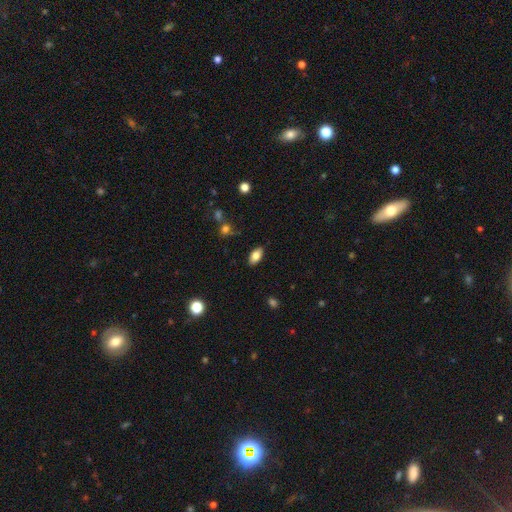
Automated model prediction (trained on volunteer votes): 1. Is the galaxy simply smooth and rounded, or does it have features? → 81% smooth, 11% featured or disk, 8% star or artifact.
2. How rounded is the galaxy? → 91% in between, 5% cigar-shaped, 4% round.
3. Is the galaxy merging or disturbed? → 87% none, 9% minor disturbance, 2% major disturbance, 1% merger.